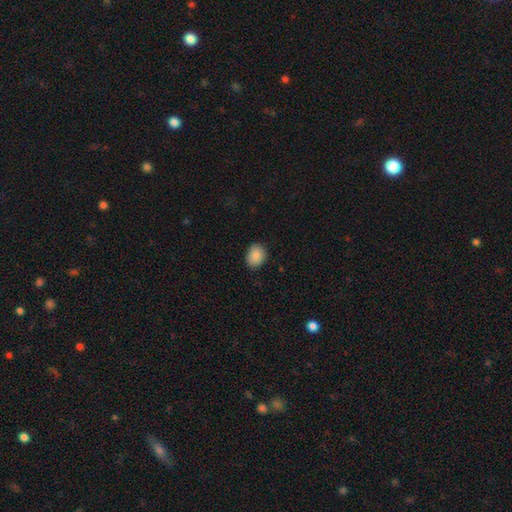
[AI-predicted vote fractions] Smooth or featured? Predicted: smooth (p=0.88). How rounded? Predicted: round (p=0.51). Merging? Predicted: none (p=0.84).